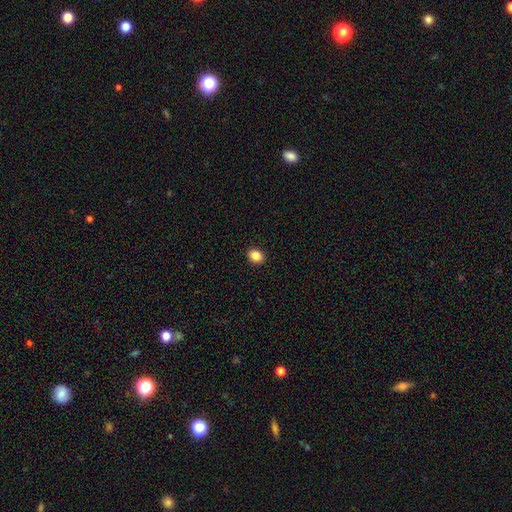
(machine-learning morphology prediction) Smooth or featured? smooth (86%)
How rounded? in between (52%)
Merging? none (92%)